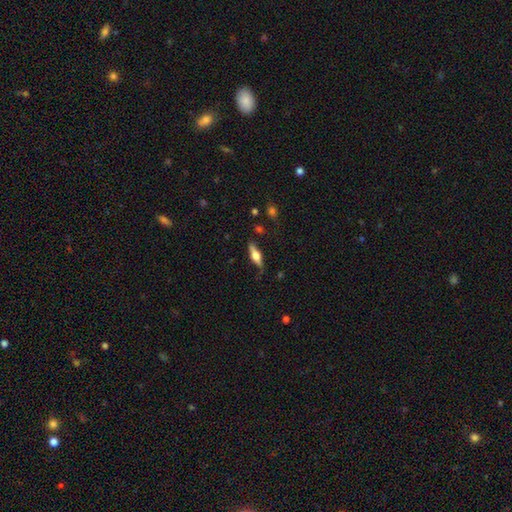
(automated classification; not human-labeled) Smooth or featured: featured or disk — 57% (smooth — 37%)
Edge-on disk: yes — 93% (no — 7%)
Edge-on bulge: rounded — 91% (boxy — 7%)
Merging: none — 78% (minor disturbance — 16%)